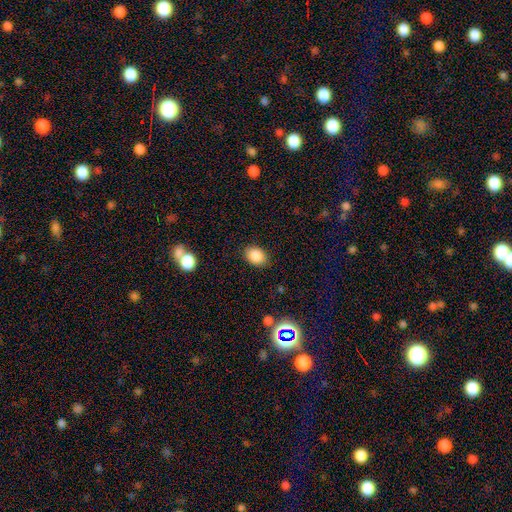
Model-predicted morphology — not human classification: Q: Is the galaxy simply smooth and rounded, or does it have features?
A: smooth — 86%.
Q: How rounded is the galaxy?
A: in between — 69%.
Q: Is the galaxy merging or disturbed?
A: none — 85%.